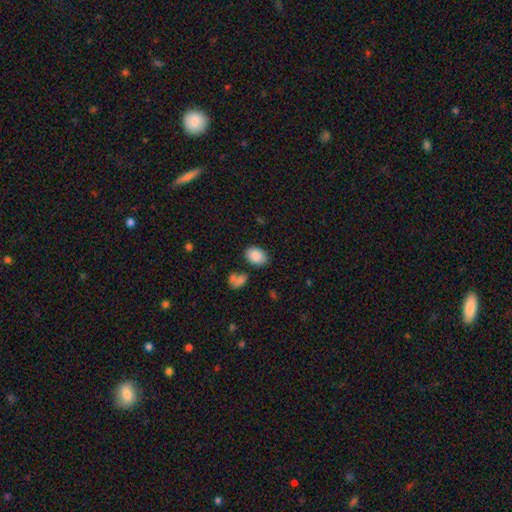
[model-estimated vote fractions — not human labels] A smooth galaxy with no disk features (87%) that is in between round and cigar-shaped (80%). Merging: none (75%).